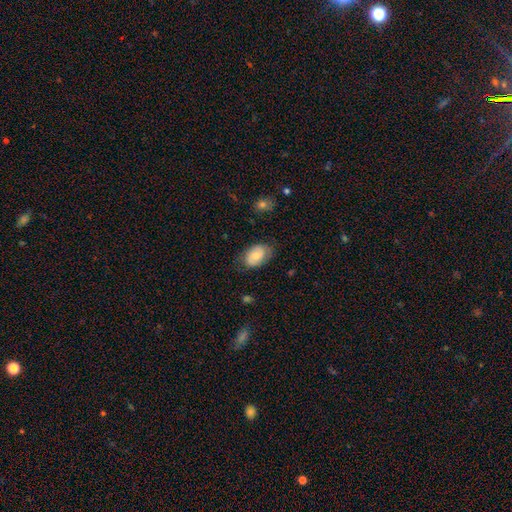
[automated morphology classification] smooth_or_featured: smooth (p=0.70) [alt: featured or disk p=0.24]
how_rounded: in between (p=0.88) [alt: round p=0.11]
merging: none (p=0.72) [alt: minor disturbance p=0.21]